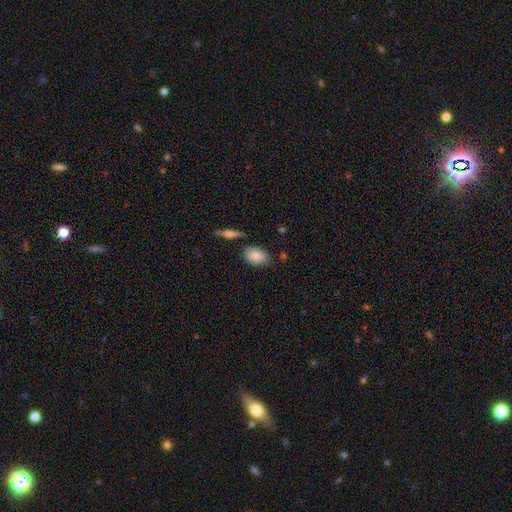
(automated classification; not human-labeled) Morphology: type=smooth (82%); roundness=in between (85%); merging=none (76%).